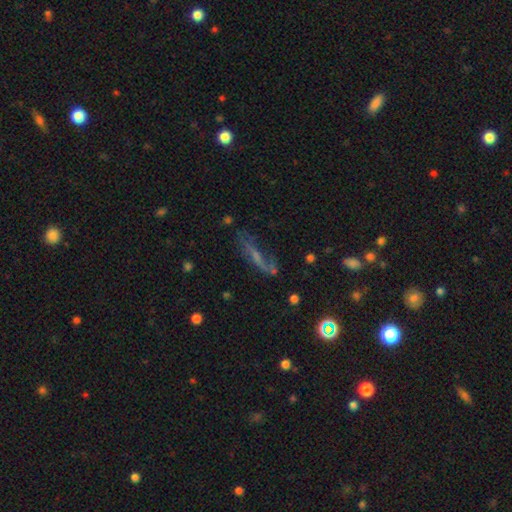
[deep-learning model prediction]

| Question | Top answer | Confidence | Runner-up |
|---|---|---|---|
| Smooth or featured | featured or disk | 50% | smooth (31%) |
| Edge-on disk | no | 62% | yes (38%) |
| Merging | none | 48% | major disturbance (23%) |